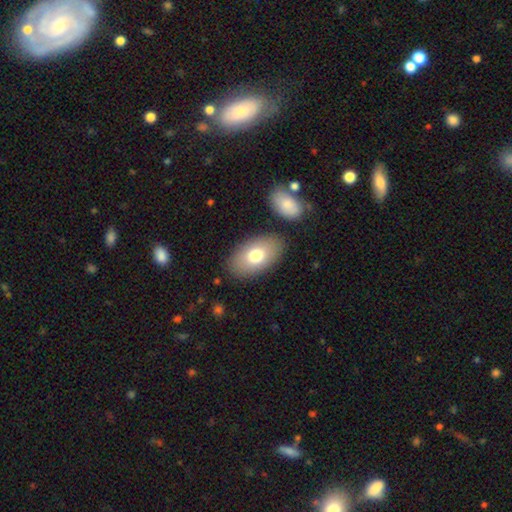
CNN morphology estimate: A smooth galaxy with no disk features (75%) that is in between round and cigar-shaped (92%). Merging: none (83%).